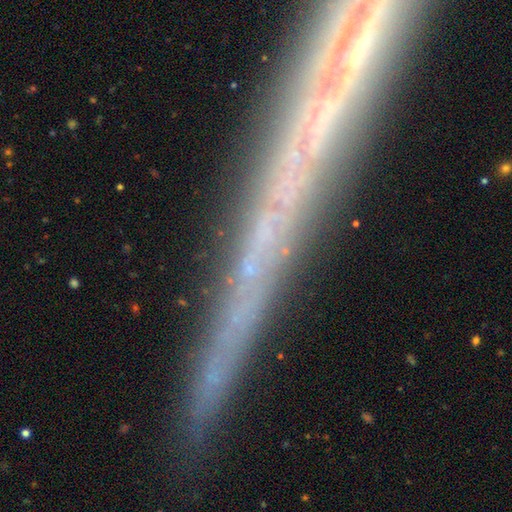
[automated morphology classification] type=featured or disk (60%); edge-on=yes (89%); edge-on bulge=none (70%); merging=none (86%).